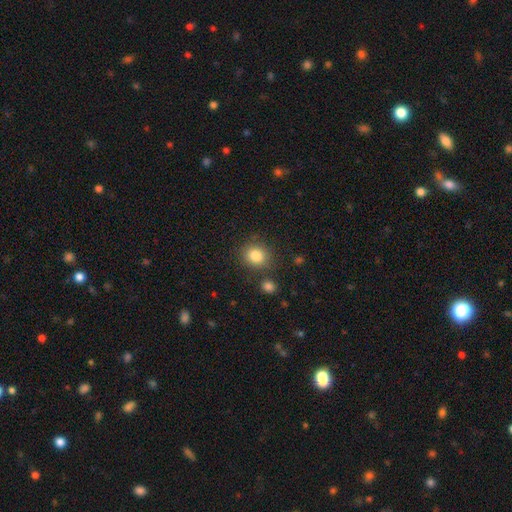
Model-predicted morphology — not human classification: Overall: smooth (84%). How rounded: round (77%). Merging: none (80%).